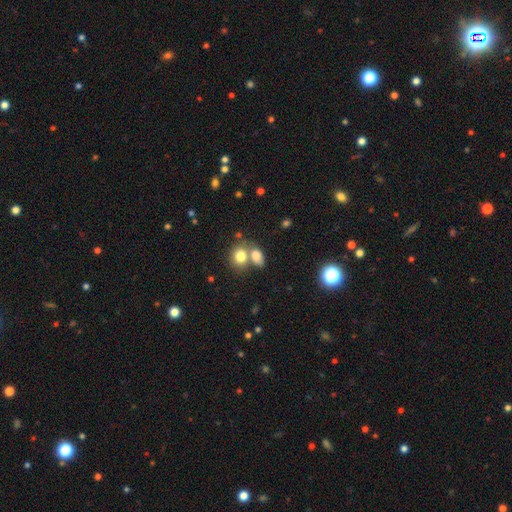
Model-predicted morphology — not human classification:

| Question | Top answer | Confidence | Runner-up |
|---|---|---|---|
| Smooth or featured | smooth | 79% | star or artifact (11%) |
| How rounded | in between | 66% | round (32%) |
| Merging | merger | 50% | none (35%) |